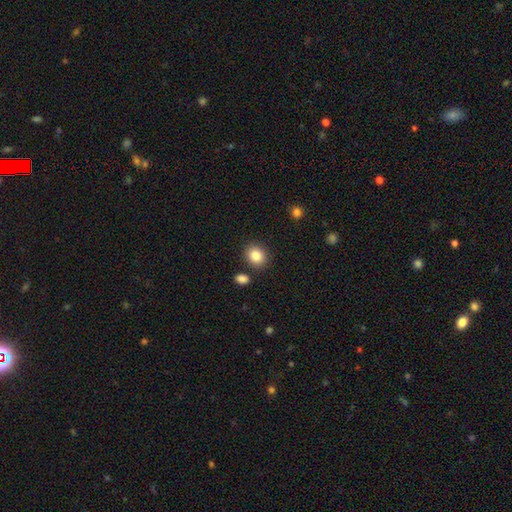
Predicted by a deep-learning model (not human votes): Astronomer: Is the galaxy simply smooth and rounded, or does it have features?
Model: smooth — 85%.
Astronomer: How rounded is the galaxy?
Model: round — 70%.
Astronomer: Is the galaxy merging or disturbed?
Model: none — 85%.